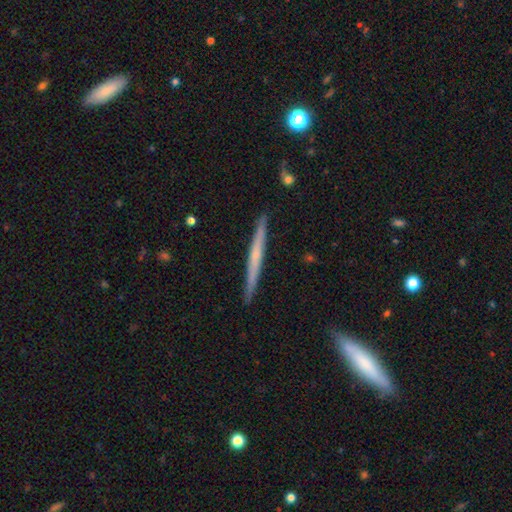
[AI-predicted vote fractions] Overall: featured or disk (55%; smooth 39%). Edge-on disk: yes (97%). Edge-on bulge: none (69%). Merging: none (90%).